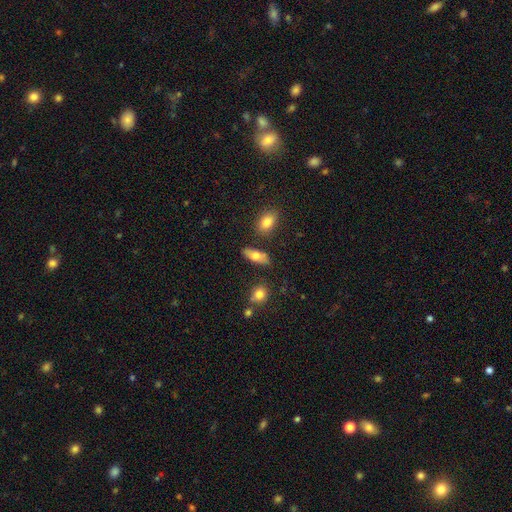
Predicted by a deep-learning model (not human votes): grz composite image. It shows a smooth galaxy with no disk features (70%) that is in between round and cigar-shaped (71%). Merging: none (79%).